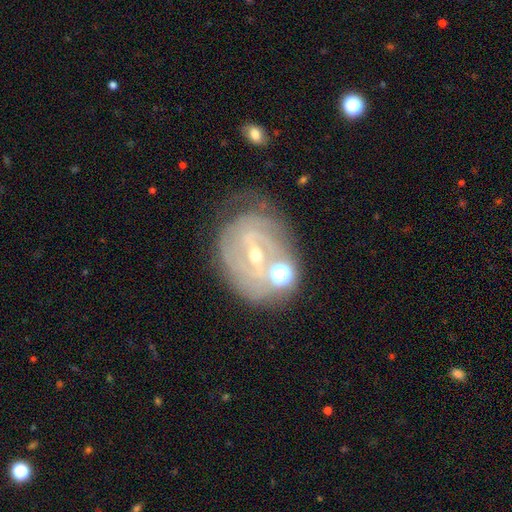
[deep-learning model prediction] Smooth or featured? featured or disk (82%)
Edge-on disk? no (96%)
Bar? weak (42%)
Spiral arms? yes (88%)
Spiral winding? tight (64%)
Spiral arm count? 2 (37%)
Bulge size? small (58%)
Merging? none (56%)